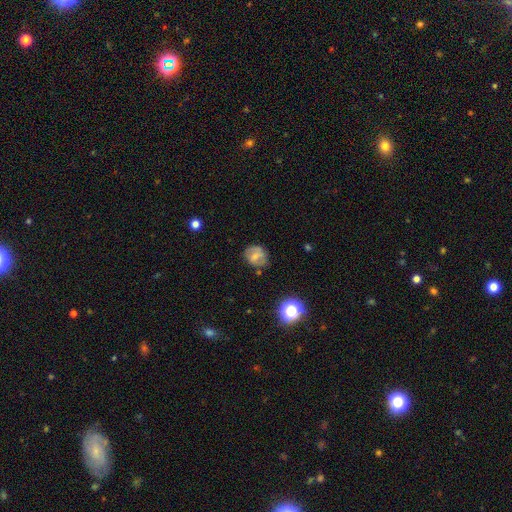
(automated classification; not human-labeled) Morphology: type=smooth (46%); merging=none (72%).